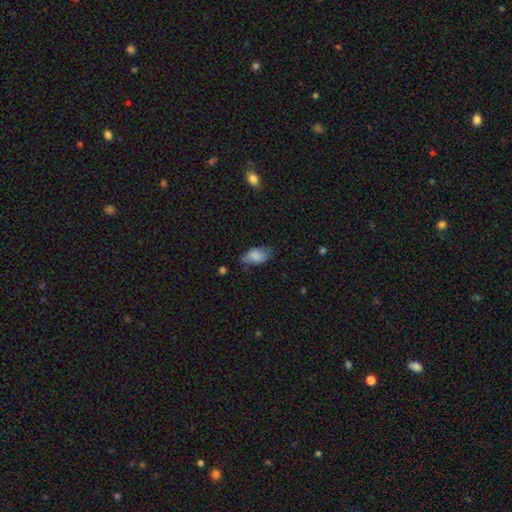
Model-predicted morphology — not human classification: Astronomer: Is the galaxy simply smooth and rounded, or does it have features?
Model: smooth — 81%.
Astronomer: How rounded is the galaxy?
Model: in between — 92%.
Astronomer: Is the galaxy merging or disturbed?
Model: none — 58%.